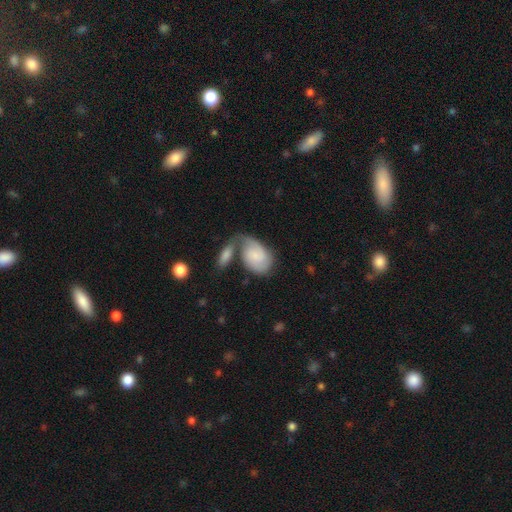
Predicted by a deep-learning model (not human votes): smooth-or-featured: featured or disk: 48% | smooth: 46% | star or artifact: 6%
  merging: merger: 36% | none: 31% | minor disturbance: 18% | major disturbance: 15%